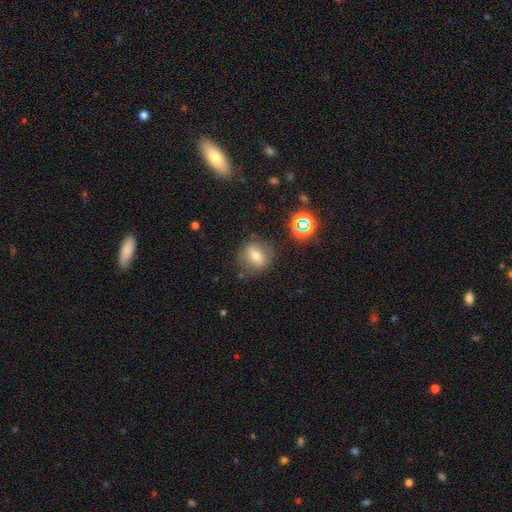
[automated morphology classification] type=smooth (62%); roundness=round (78%); merging=none (77%).